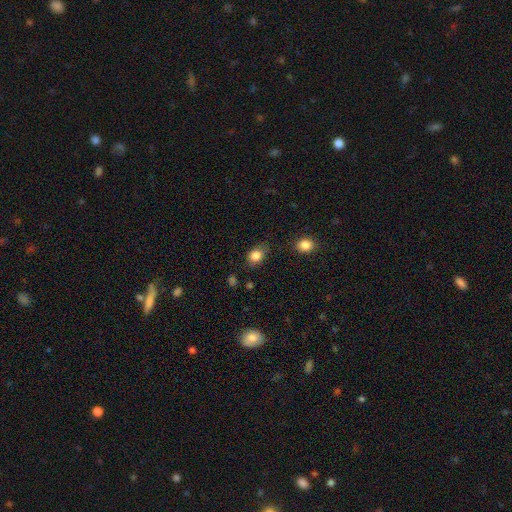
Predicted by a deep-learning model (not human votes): This appears to be a smooth galaxy with no disk features (84%) that is in between round and cigar-shaped (60%). Merging: none (72%).